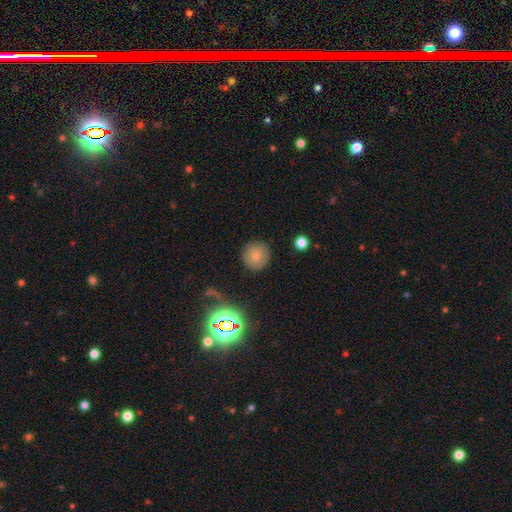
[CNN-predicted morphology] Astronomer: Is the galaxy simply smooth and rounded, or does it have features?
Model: smooth — 77%.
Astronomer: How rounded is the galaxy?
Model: round — 94%.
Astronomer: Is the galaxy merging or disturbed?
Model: none — 88%.